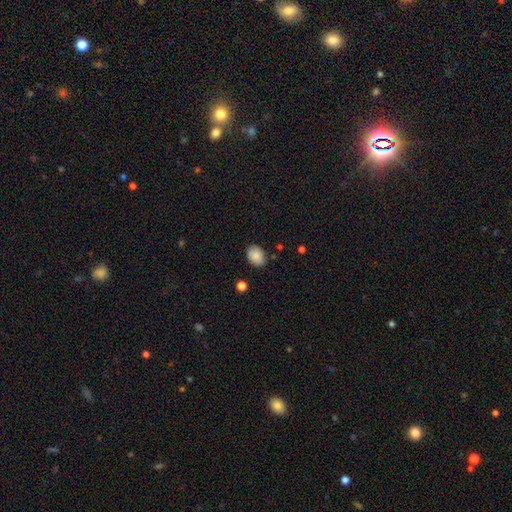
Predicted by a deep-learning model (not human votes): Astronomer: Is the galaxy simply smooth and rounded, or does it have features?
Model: smooth — 87%.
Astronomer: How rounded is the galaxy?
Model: in between — 72%.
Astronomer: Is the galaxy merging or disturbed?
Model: none — 82%.